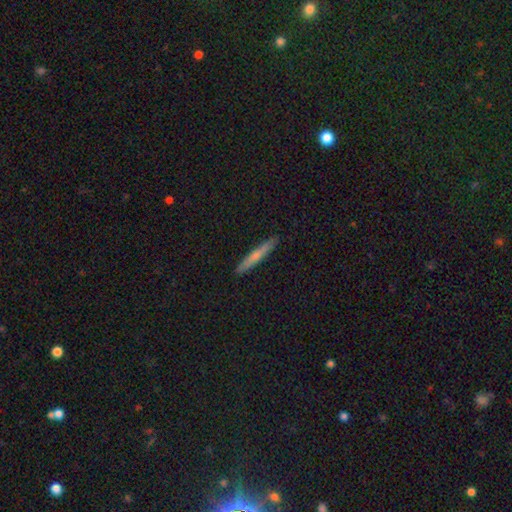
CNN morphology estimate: smooth 61%, featured or disk 33%, star or artifact 6%. Down the decision tree: how rounded — cigar-shaped (95%); merging — none (91%).